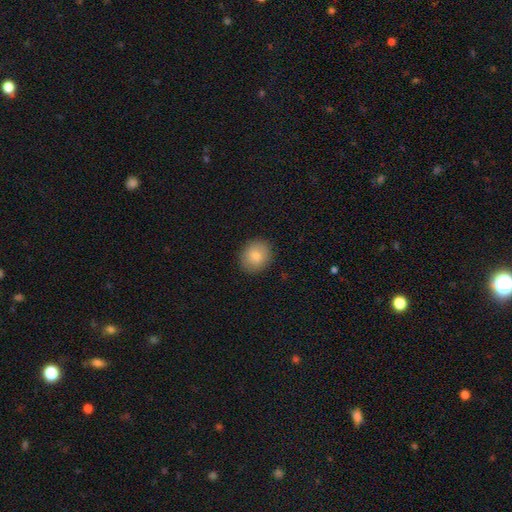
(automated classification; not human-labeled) Q: Smooth or featured?
A: smooth (83%); runner-up: featured or disk (9%)
Q: How rounded?
A: round (72%); runner-up: in between (27%)
Q: Merging?
A: none (89%); runner-up: minor disturbance (8%)